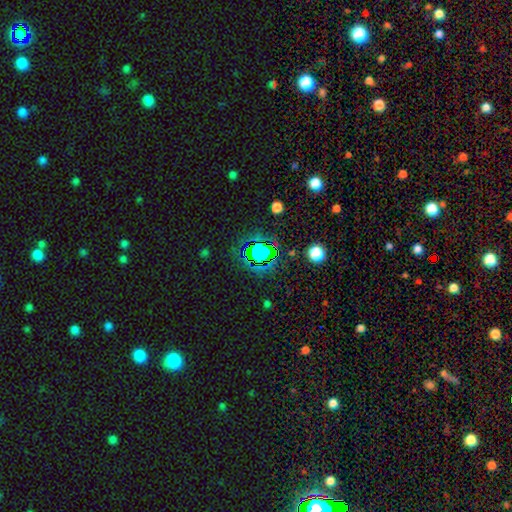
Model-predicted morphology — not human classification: This appears to be a star or artifact, not a galaxy (62%).